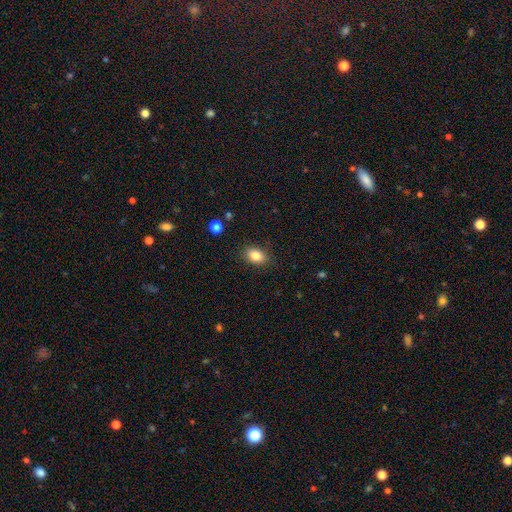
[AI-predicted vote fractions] Morphology: type=smooth (84%); roundness=in between (83%); merging=none (85%).